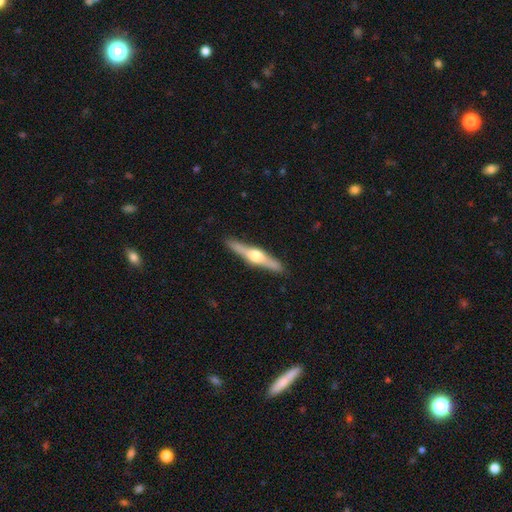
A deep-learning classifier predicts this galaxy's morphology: smooth-or-featured: featured or disk: 75% | smooth: 21% | star or artifact: 5%
  disk-edge-on: yes: 98% | no: 2%
    edge-on-bulge: rounded: 95% | boxy: 3% | none: 2%
  merging: none: 91% | minor disturbance: 7% | major disturbance: 1% | merger: 1%